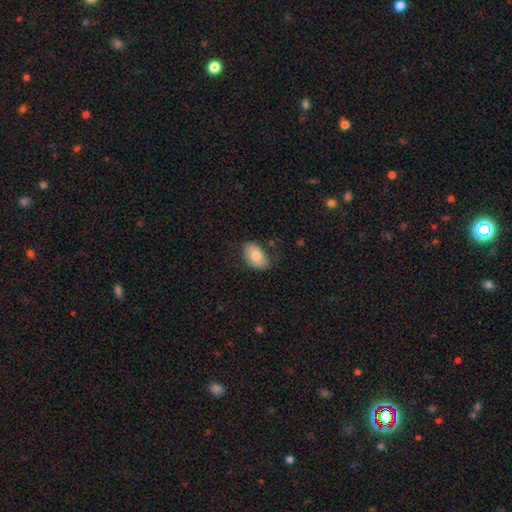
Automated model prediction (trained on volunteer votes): smooth 77%, featured or disk 16%, star or artifact 7%. Down the decision tree: how rounded — in between (91%); merging — none (76%).